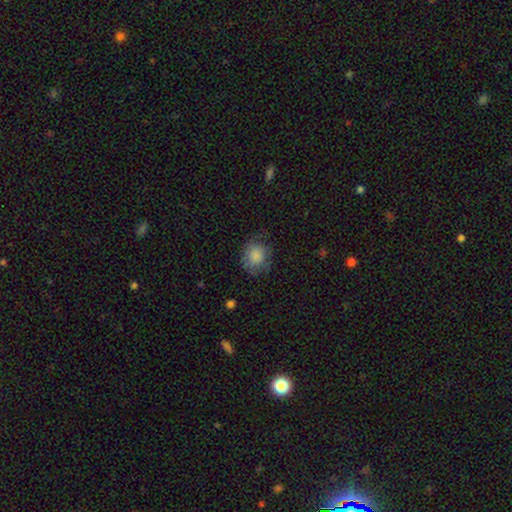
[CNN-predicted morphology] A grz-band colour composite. It shows a smooth galaxy with no disk features (81%) that is round (78%). Merging: none (66%).